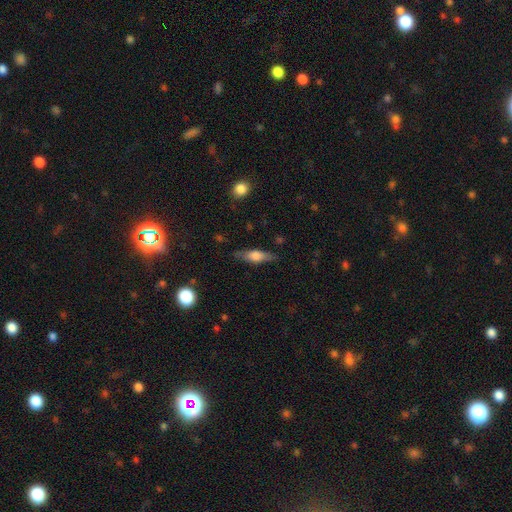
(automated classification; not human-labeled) Smooth or featured?
  - smooth: 52% *
  - featured or disk: 41%
  - star or artifact: 7%
How rounded?
  - cigar-shaped: 52% *
  - in between: 45%
  - round: 3%
Merging?
  - none: 82% *
  - minor disturbance: 14%
  - major disturbance: 3%
  - merger: 1%